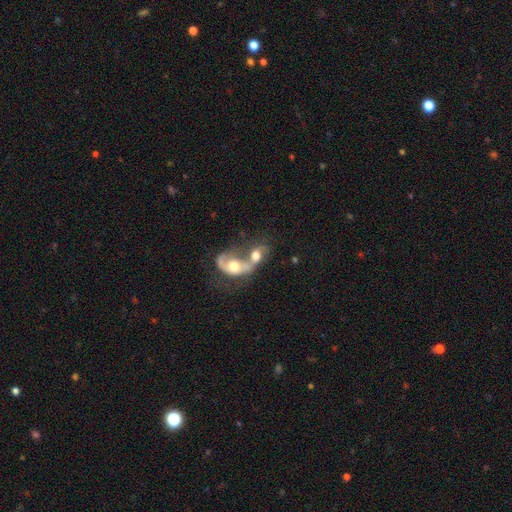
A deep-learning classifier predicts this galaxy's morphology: This is possibly a featured or disk galaxy (46%). Merging: clearly merger (82%).